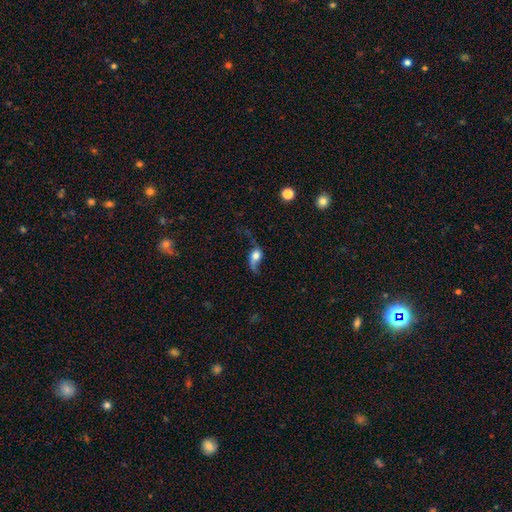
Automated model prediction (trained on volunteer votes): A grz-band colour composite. It shows a featured or disk galaxy (59%) with no bar (73%), spiral arms (85%) and a large central bulge (40%). Merging: none (46%).